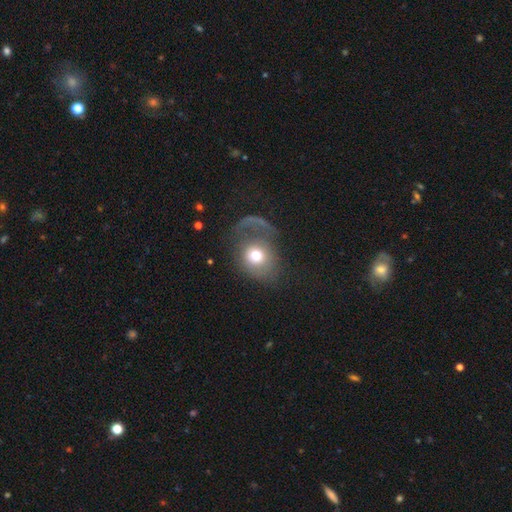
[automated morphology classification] The model was most divided on "merging": major disturbance: 49%, none: 30%, minor disturbance: 17%, merger: 4%. More confident: how rounded — round (65%); smooth or featured — smooth (62%).